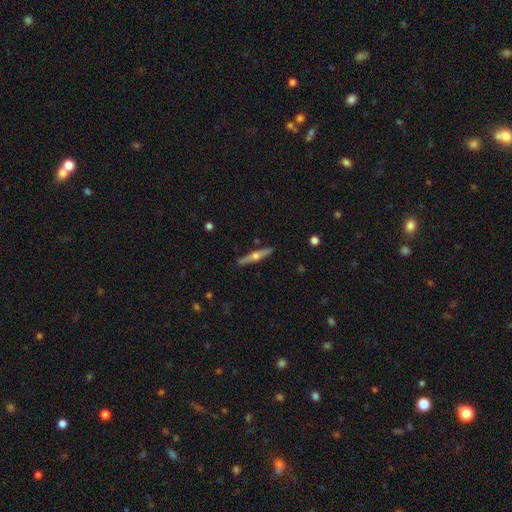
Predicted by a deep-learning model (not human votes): This appears to be a featured or disk galaxy (65%) viewed edge-on (97%) with a rounded central bulge (93%). Merging: none (90%).